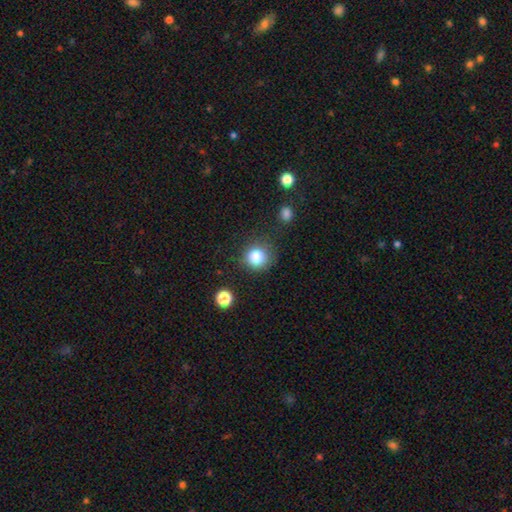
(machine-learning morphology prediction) smooth-or-featured: smooth: 84% | star or artifact: 11% | featured or disk: 5%
  how-rounded: round: 90% | in between: 10% | cigar-shaped: 1%
  merging: none: 79% | minor disturbance: 13% | major disturbance: 5% | merger: 3%